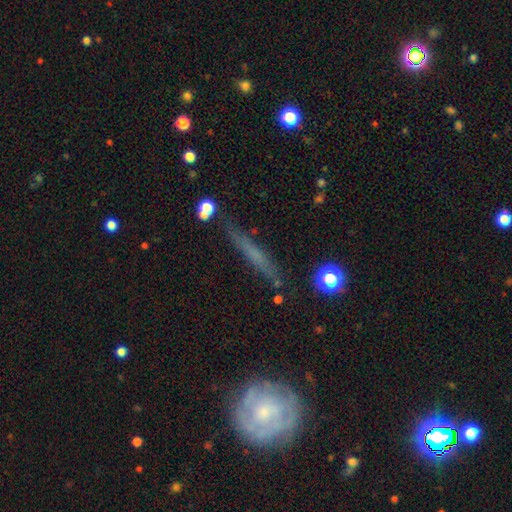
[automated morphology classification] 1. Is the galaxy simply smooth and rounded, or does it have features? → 50% smooth, 37% featured or disk, 12% star or artifact.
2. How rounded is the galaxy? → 91% cigar-shaped, 6% in between, 3% round.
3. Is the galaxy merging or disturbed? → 79% none, 14% minor disturbance, 4% major disturbance, 4% merger.